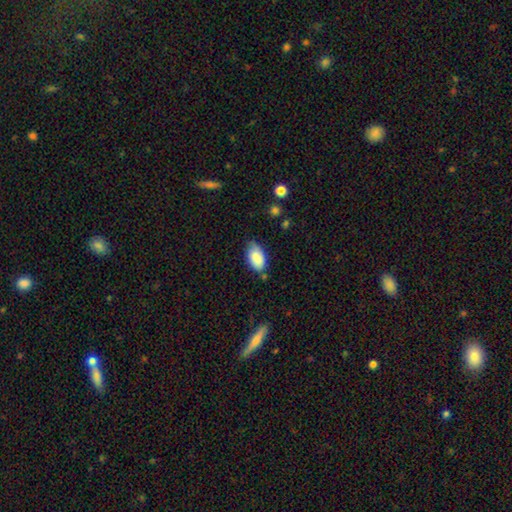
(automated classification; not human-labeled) Smooth or featured?
  - smooth: 87% *
  - featured or disk: 7%
  - star or artifact: 7%
How rounded?
  - in between: 94% *
  - round: 4%
  - cigar-shaped: 2%
Merging?
  - none: 65% *
  - minor disturbance: 27%
  - major disturbance: 5%
  - merger: 3%